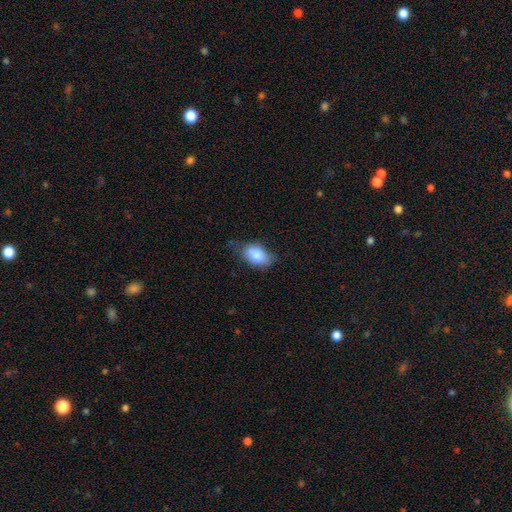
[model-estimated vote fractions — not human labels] Overall: smooth (80%). How rounded: in between (89%). Merging: none (56%; minor disturbance 32%).